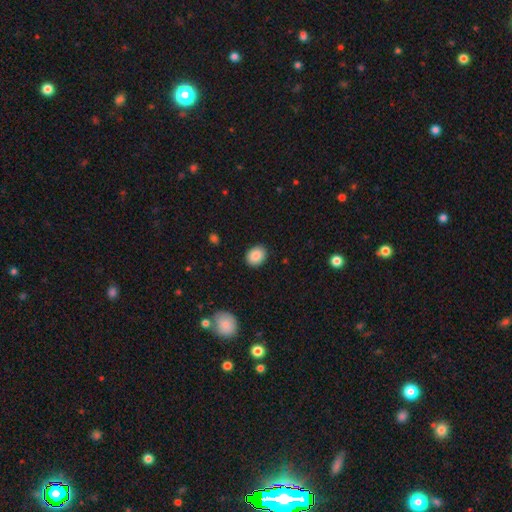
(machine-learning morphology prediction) Q: Smooth or featured?
A: smooth (88%); runner-up: star or artifact (8%)
Q: How rounded?
A: in between (51%); runner-up: round (48%)
Q: Merging?
A: none (89%); runner-up: minor disturbance (8%)